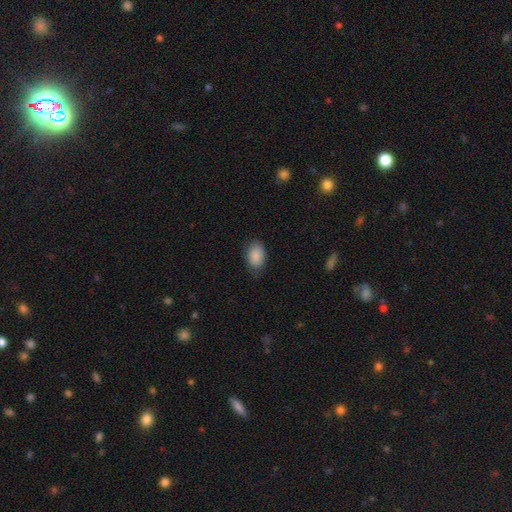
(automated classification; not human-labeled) Smooth or featured? Predicted: smooth (p=0.89). How rounded? Predicted: in between (p=0.89). Merging? Predicted: none (p=0.78).